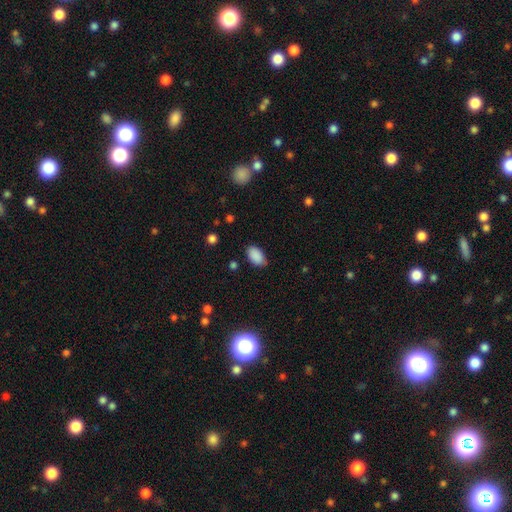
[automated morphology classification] Smooth or featured? Predicted: smooth (p=0.89). How rounded? Predicted: in between (p=0.93). Merging? Predicted: none (p=0.79).